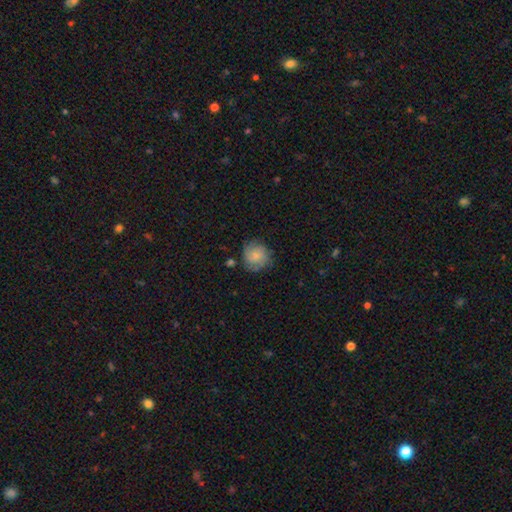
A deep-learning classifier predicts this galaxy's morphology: smooth 59%, featured or disk 33%, star or artifact 8%. Down the decision tree: how rounded — round (87%); merging — none (71%).